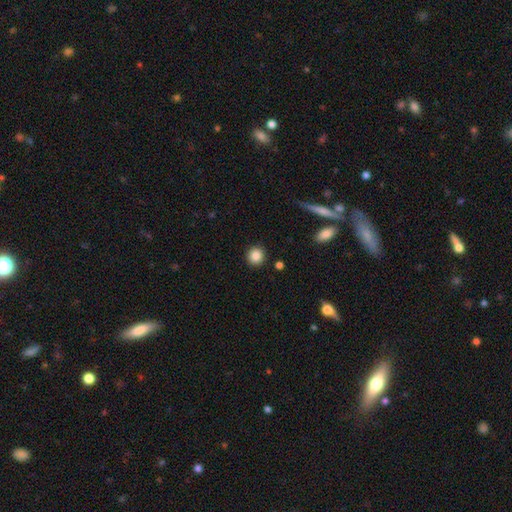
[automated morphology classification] Smooth or featured?
  - smooth: 86% *
  - star or artifact: 10%
  - featured or disk: 4%
How rounded?
  - round: 94% *
  - in between: 5%
  - cigar-shaped: 1%
Merging?
  - none: 91% *
  - minor disturbance: 5%
  - major disturbance: 2%
  - merger: 2%